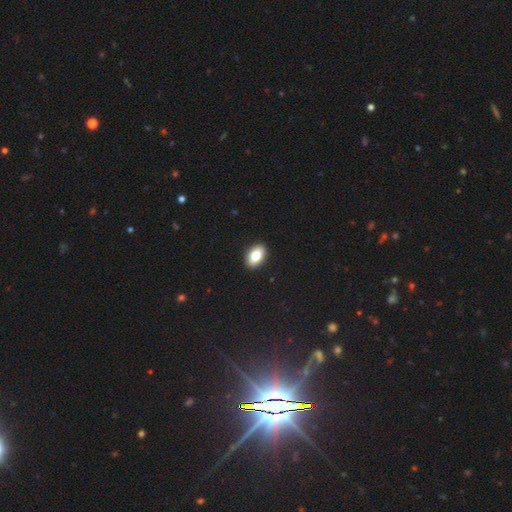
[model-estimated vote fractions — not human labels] smooth 82%, featured or disk 10%, star or artifact 8%. Down the decision tree: how rounded — in between (91%); merging — none (92%).